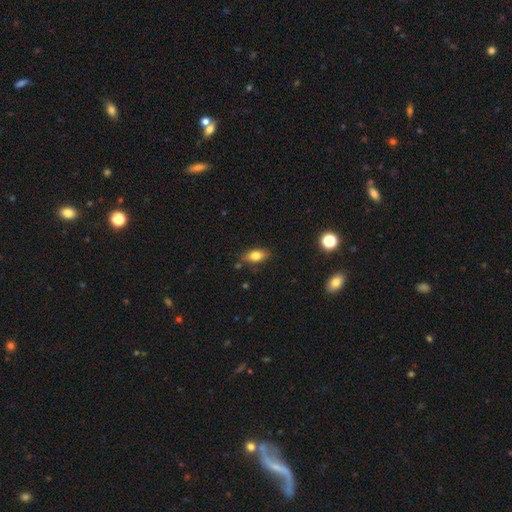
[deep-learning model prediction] The model was most divided on "merging": none: 76%, minor disturbance: 17%, major disturbance: 3%, merger: 3%. More confident: how rounded — in between (85%); smooth or featured — smooth (79%).